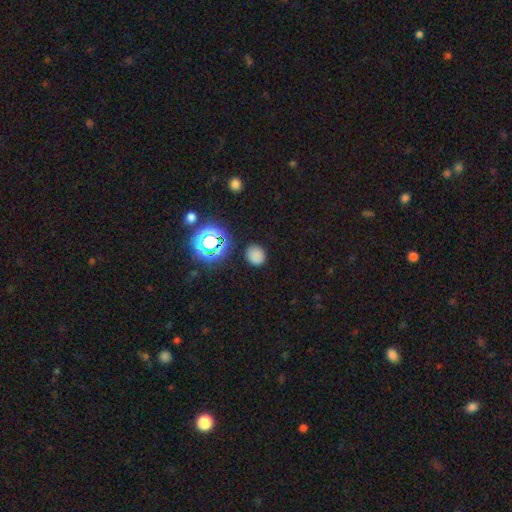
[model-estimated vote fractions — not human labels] Smooth or featured?
  - smooth: 74% *
  - star or artifact: 20%
  - featured or disk: 6%
How rounded?
  - round: 78% *
  - in between: 21%
  - cigar-shaped: 1%
Merging?
  - none: 85% *
  - minor disturbance: 10%
  - major disturbance: 3%
  - merger: 2%